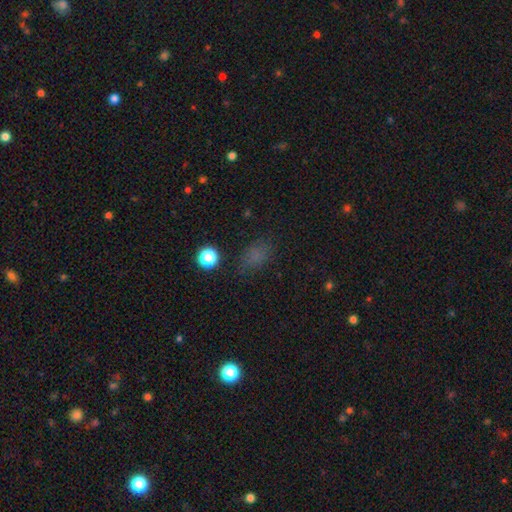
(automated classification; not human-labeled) Q: Smooth or featured?
A: smooth (70%); runner-up: star or artifact (22%)
Q: How rounded?
A: in between (77%); runner-up: round (19%)
Q: Merging?
A: none (74%); runner-up: minor disturbance (17%)